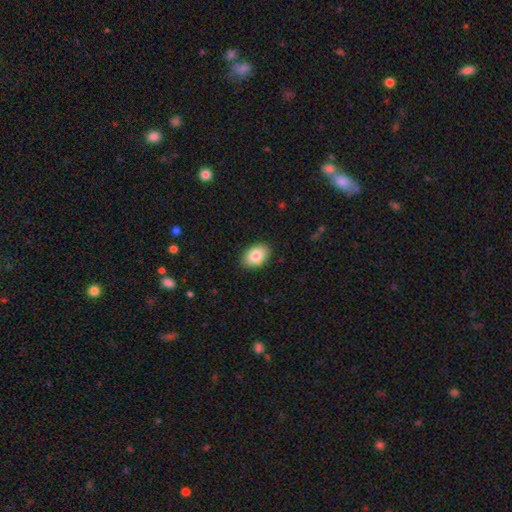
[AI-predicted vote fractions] smooth_or_featured: smooth (p=0.84) [alt: featured or disk p=0.09]
how_rounded: in between (p=0.82) [alt: round p=0.17]
merging: none (p=0.88) [alt: minor disturbance p=0.10]